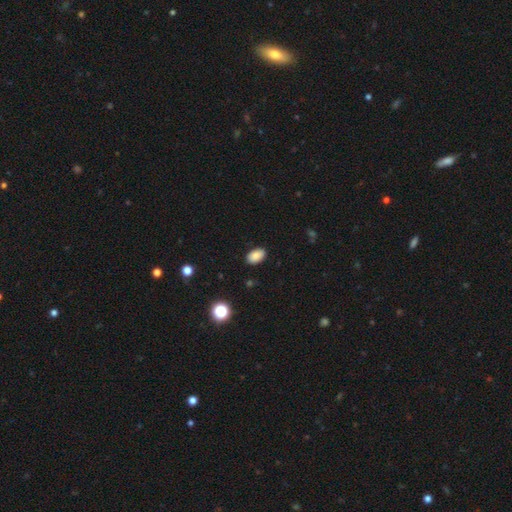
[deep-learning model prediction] Q: Smooth or featured?
A: smooth (84%); runner-up: star or artifact (9%)
Q: How rounded?
A: in between (92%); runner-up: round (7%)
Q: Merging?
A: none (88%); runner-up: minor disturbance (9%)